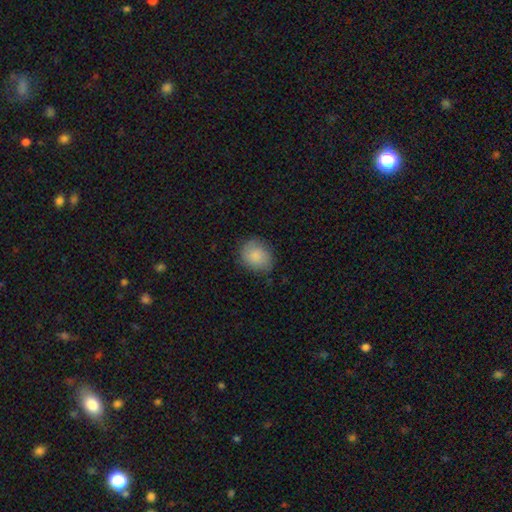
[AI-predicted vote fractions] Smooth or featured? Predicted: smooth (p=0.80). How rounded? Predicted: round (p=0.64). Merging? Predicted: none (p=0.74).